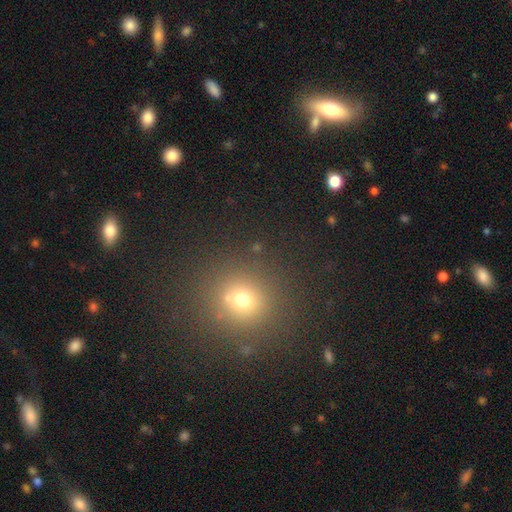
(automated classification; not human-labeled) smooth 59%, star or artifact 30%, featured or disk 10%. Down the decision tree: how rounded — round (84%); merging — none (86%).